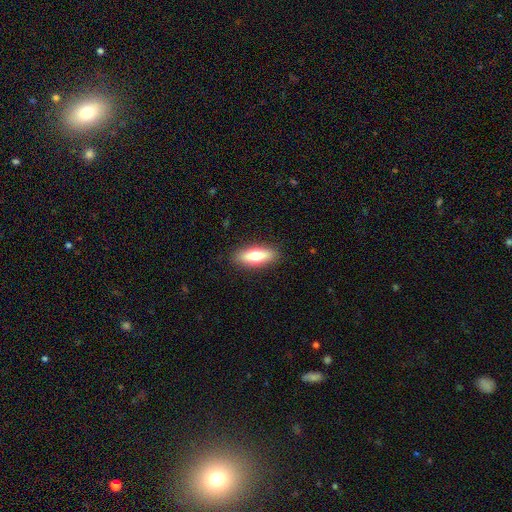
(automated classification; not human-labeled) Smooth or featured? Predicted: smooth (p=0.69). How rounded? Predicted: in between (p=0.61). Merging? Predicted: none (p=0.88).